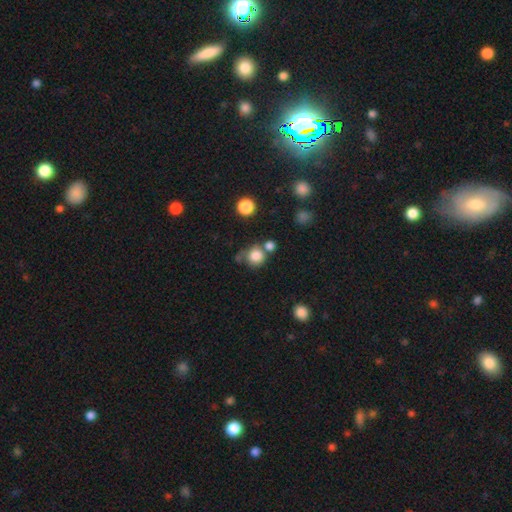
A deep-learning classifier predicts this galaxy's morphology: type=smooth (82%); roundness=round (88%); merging=none (57%).